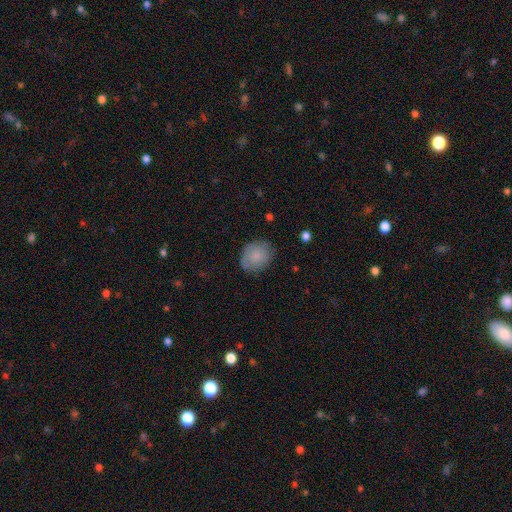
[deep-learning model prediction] Smooth or featured? Predicted: smooth (p=0.80). How rounded? Predicted: round (p=0.54). Merging? Predicted: none (p=0.75).